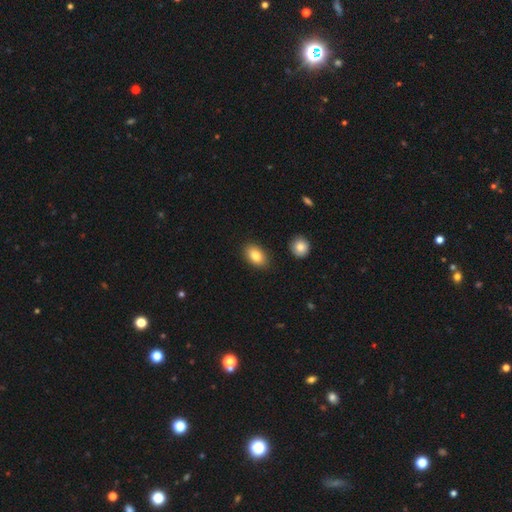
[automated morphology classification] This appears to be a smooth galaxy with no disk features (83%) that is in between round and cigar-shaped (88%). Merging: none (86%).